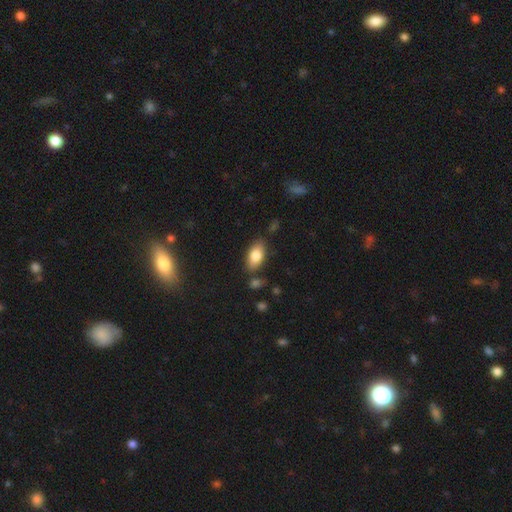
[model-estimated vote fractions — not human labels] Morphology: type=smooth (82%); roundness=in between (92%); merging=none (78%).